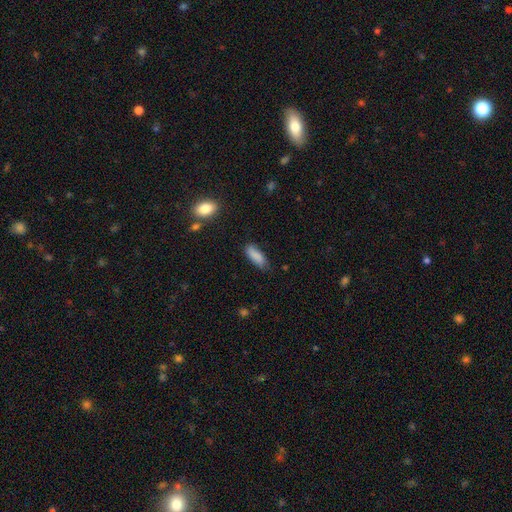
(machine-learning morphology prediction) type=smooth (86%); roundness=in between (63%); merging=none (73%).